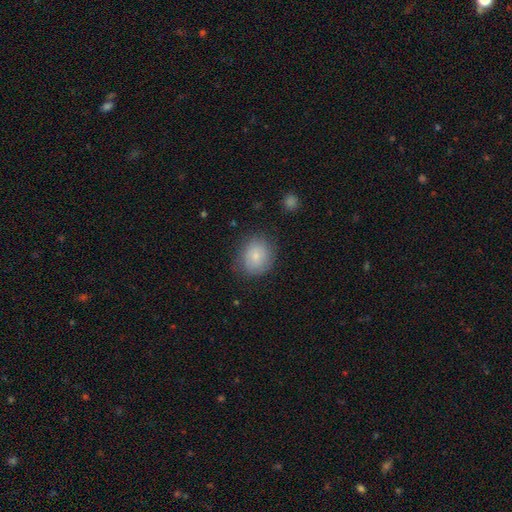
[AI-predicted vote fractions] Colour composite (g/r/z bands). It shows a smooth galaxy with no disk features (78%) that is round (72%). Merging: none (76%).